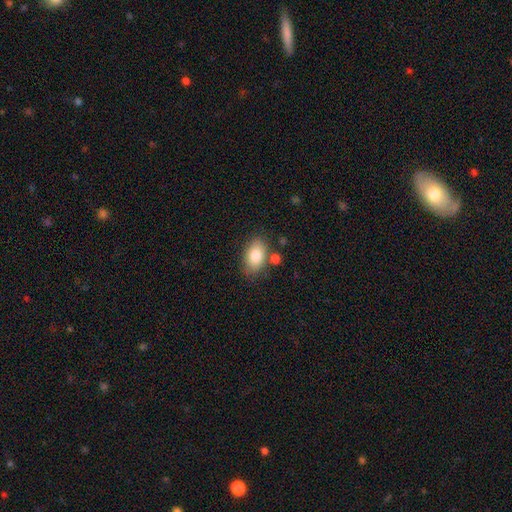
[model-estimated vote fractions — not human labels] A smooth galaxy with no disk features (83%) that is in between round and cigar-shaped (89%).

Vote fractions:
- Smooth or featured? smooth: 83% / featured or disk: 10% / star or artifact: 7%
- How rounded? in between: 89% / round: 9% / cigar-shaped: 2%
- Merging? none: 75% / minor disturbance: 14% / merger: 7% / major disturbance: 4%